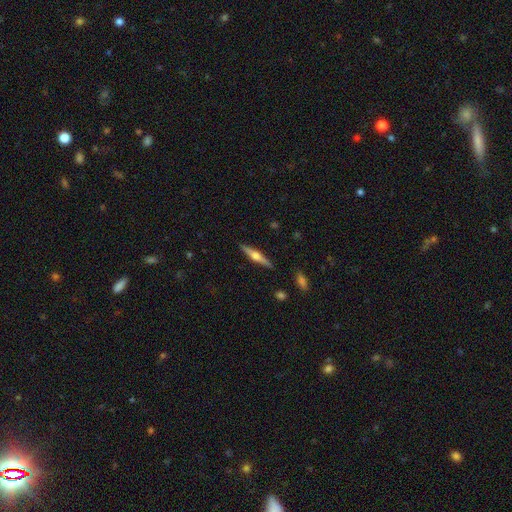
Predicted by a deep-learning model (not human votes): featured or disk 69%, smooth 25%, star or artifact 6%. Down the decision tree: edge-on disk — yes (98%); edge-on bulge — rounded (93%); merging — none (90%).